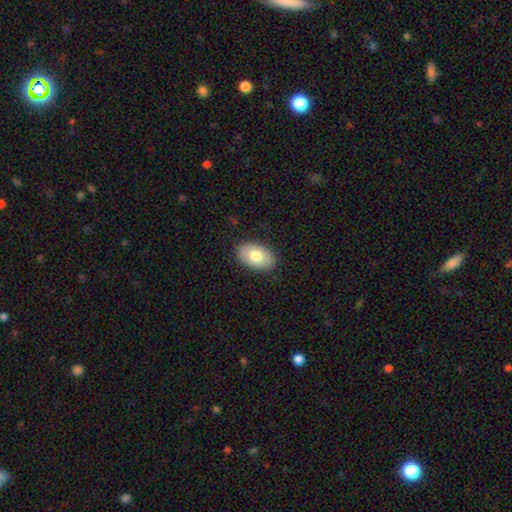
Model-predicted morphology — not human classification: This is likely a smooth galaxy (69%). How rounded: clearly in between (90%). Merging: clearly none (86%).